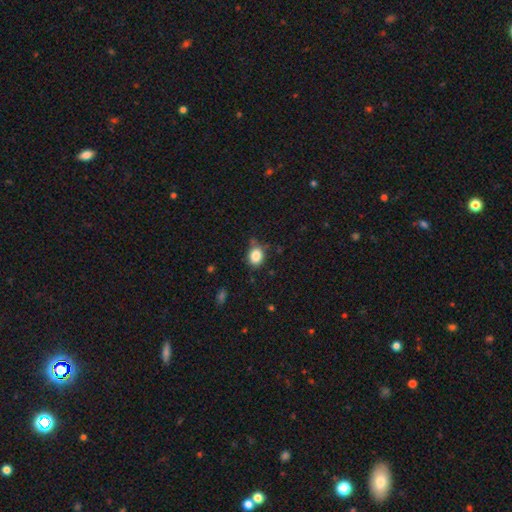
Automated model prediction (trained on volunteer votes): This appears to be a smooth galaxy with no disk features (85%) that is in between round and cigar-shaped (52%). Merging: none (71%).